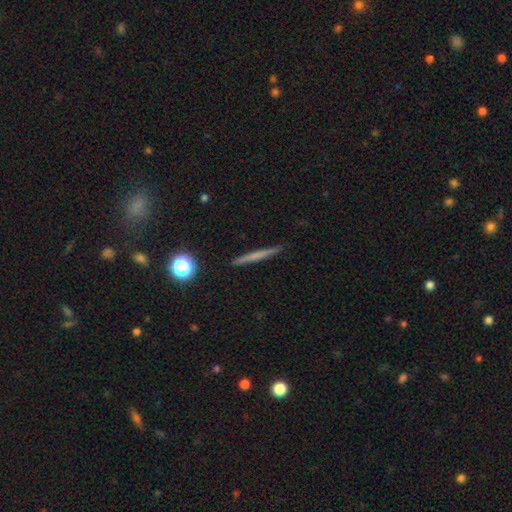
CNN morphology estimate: smooth 53%, featured or disk 39%, star or artifact 8%. Down the decision tree: how rounded — cigar-shaped (94%); merging — none (91%).